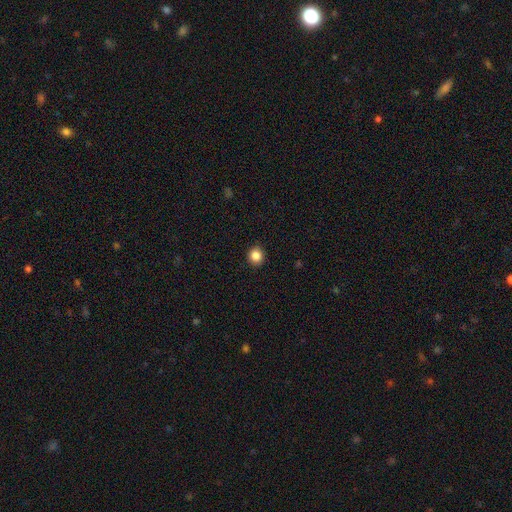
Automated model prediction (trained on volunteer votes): smooth 86%, star or artifact 10%, featured or disk 4%. Down the decision tree: how rounded — round (88%); merging — none (92%).